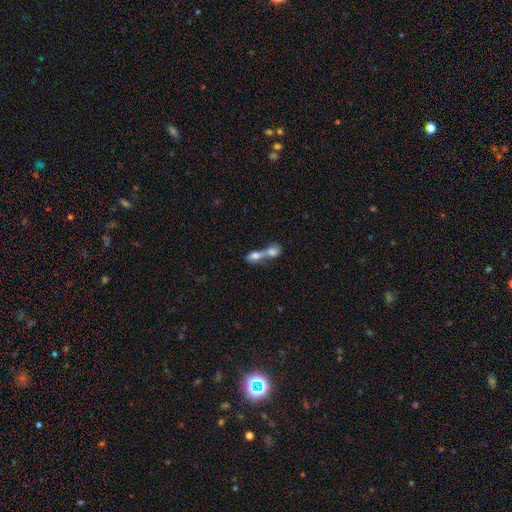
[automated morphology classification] A smooth galaxy with no disk features (74%) that is in between round and cigar-shaped (72%).

Vote fractions:
- Smooth or featured? smooth: 74% / featured or disk: 18% / star or artifact: 8%
- How rounded? in between: 72% / round: 17% / cigar-shaped: 11%
- Merging? merger: 81% / none: 11% / minor disturbance: 4% / major disturbance: 4%